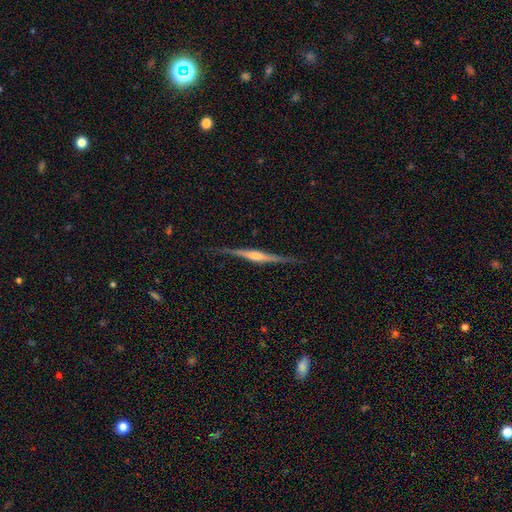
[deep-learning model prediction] A featured or disk galaxy (84%) viewed edge-on (98%) with a rounded central bulge (79%).

Vote fractions:
- Smooth or featured? featured or disk: 84% / smooth: 11% / star or artifact: 5%
- Edge-on disk? yes: 98% / no: 2%
- Edge-on bulge? rounded: 79% / boxy: 12% / none: 9%
- Merging? none: 84% / minor disturbance: 12% / major disturbance: 3% / merger: 1%